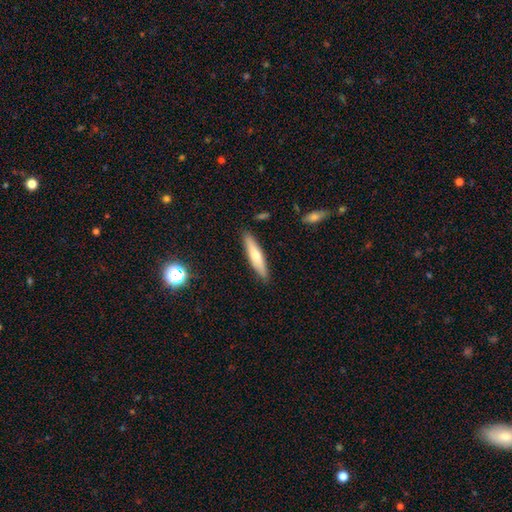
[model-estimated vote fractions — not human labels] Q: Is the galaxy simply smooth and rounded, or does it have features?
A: smooth — 62%.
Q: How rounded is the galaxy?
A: cigar-shaped — 82%.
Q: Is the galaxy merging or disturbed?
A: none — 89%.